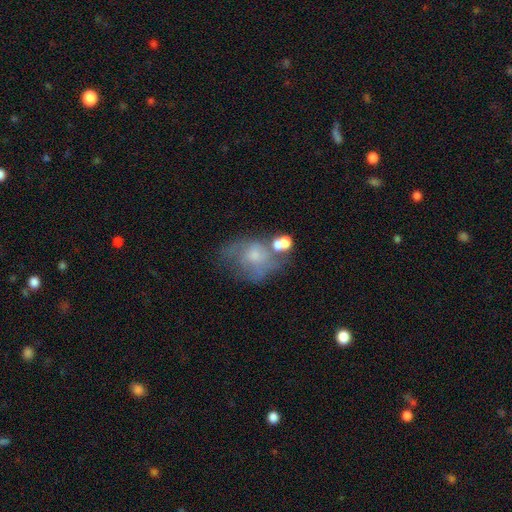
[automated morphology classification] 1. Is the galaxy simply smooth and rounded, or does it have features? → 43% smooth (tied), 43% featured or disk (tied), 14% star or artifact.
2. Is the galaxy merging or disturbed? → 33% none, 27% major disturbance, 23% minor disturbance, 18% merger.